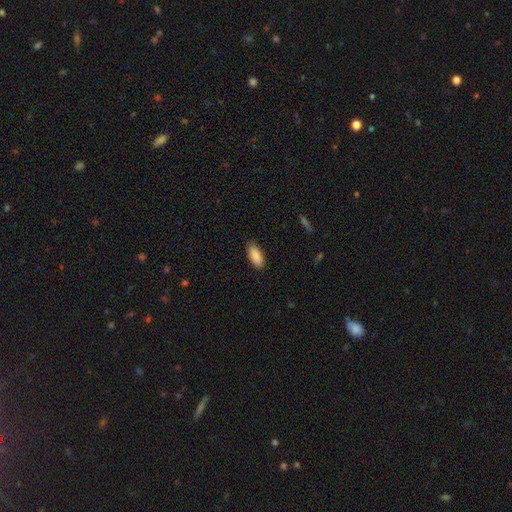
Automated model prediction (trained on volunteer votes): smooth_or_featured: smooth (p=0.90) [alt: star or artifact p=0.06]
how_rounded: in between (p=0.88) [alt: cigar-shaped p=0.10]
merging: none (p=0.86) [alt: minor disturbance p=0.11]